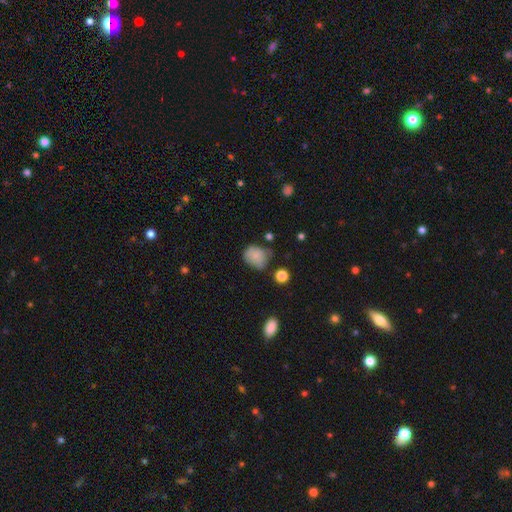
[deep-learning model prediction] smooth 78%, featured or disk 11%, star or artifact 10%. Down the decision tree: how rounded — round (59%); merging — none (47%).